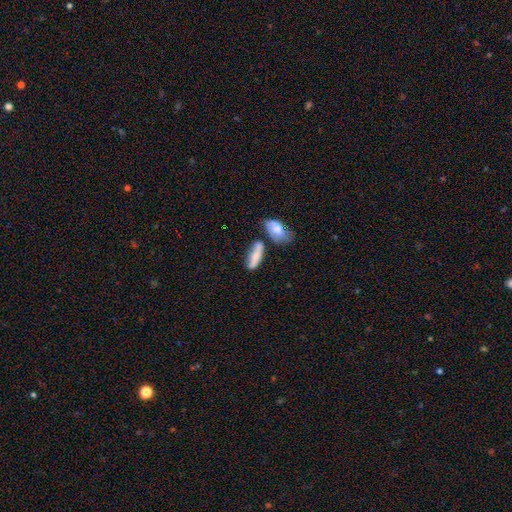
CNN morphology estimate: smooth_or_featured: smooth (p=0.70) [alt: featured or disk p=0.22]
how_rounded: in between (p=0.52) [alt: cigar-shaped p=0.45]
merging: none (p=0.43) [alt: merger p=0.24]